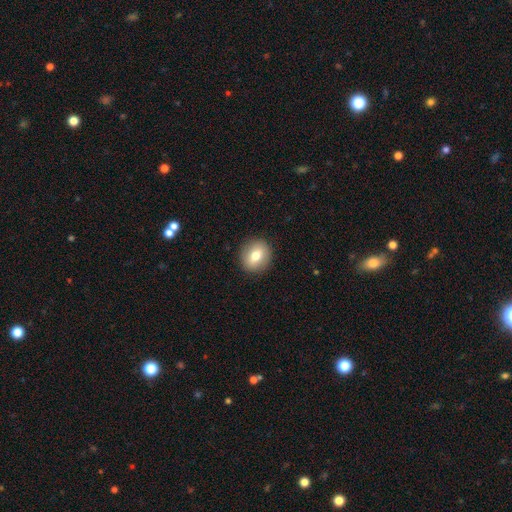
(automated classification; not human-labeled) Q: Smooth or featured?
A: smooth (73%); runner-up: featured or disk (18%)
Q: How rounded?
A: round (78%); runner-up: in between (21%)
Q: Merging?
A: none (90%); runner-up: minor disturbance (7%)